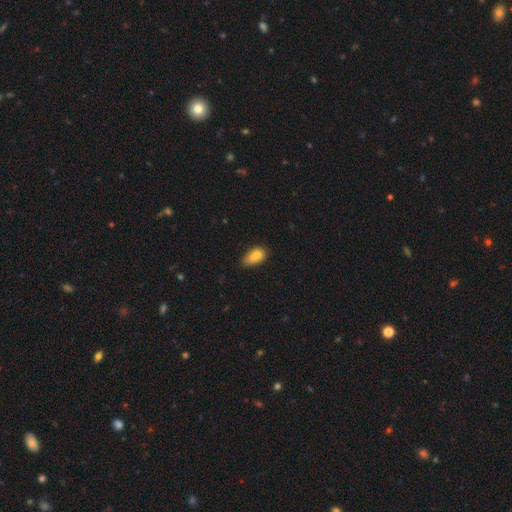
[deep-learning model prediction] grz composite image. It shows a smooth galaxy with no disk features (77%) that is in between round and cigar-shaped (86%). Merging: none (43%).